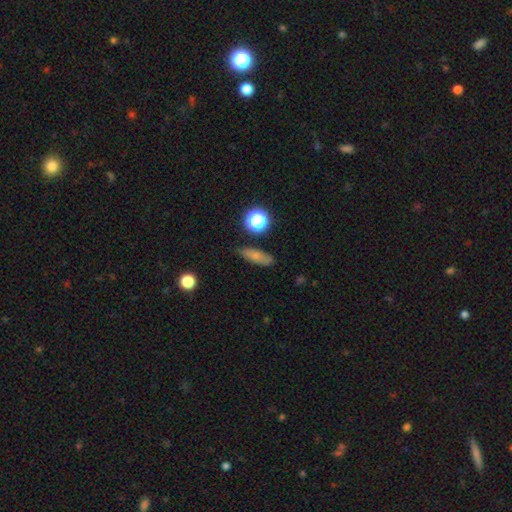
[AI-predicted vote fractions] The model was most divided on "how rounded": in between: 49%, cigar-shaped: 42%, round: 10%. More confident: merging — none (80%); smooth or featured — smooth (71%).